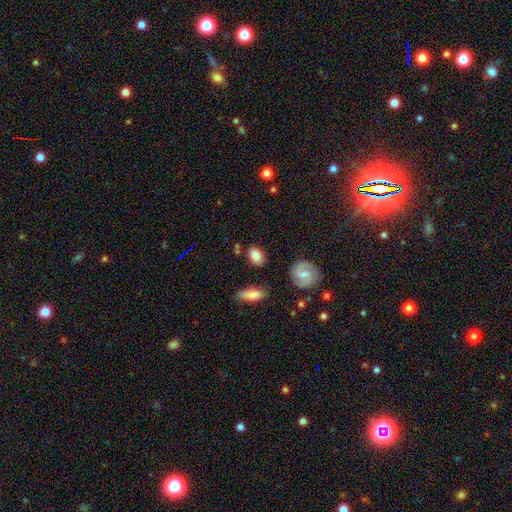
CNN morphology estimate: Smooth or featured? smooth (81%)
How rounded? in between (81%)
Merging? none (79%)